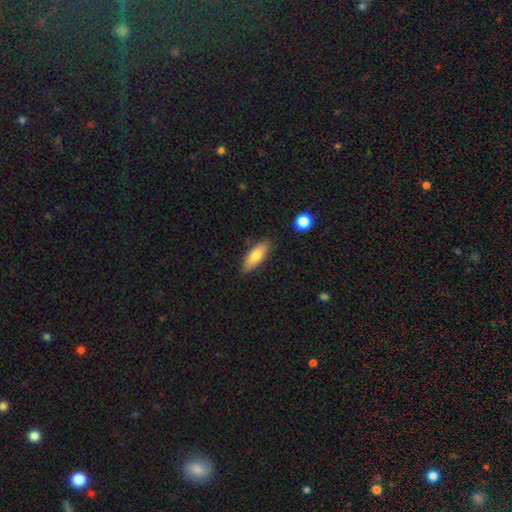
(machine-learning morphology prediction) This appears to be a smooth galaxy with no disk features (78%) that is in between round and cigar-shaped (67%). Merging: none (84%).